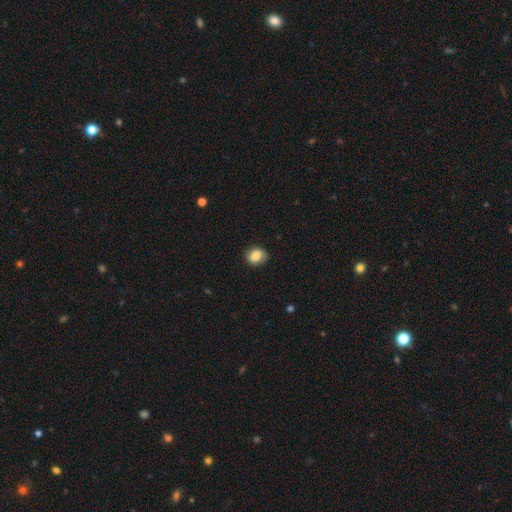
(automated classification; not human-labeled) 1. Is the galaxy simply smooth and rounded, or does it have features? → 80% smooth, 12% featured or disk, 8% star or artifact.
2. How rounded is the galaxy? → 53% round, 46% in between, 1% cigar-shaped.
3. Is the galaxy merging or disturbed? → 82% none, 14% minor disturbance, 3% major disturbance, 1% merger.